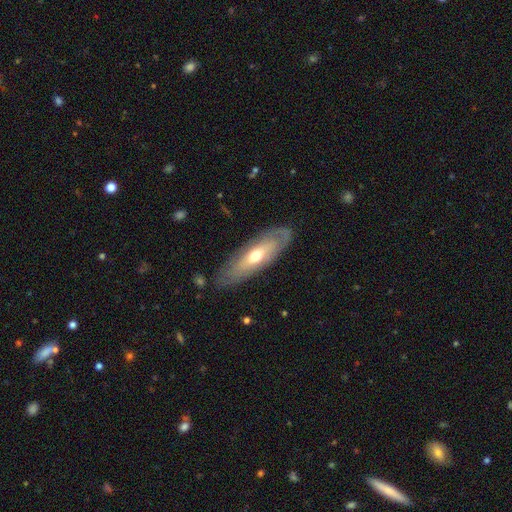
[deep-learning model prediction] Smooth or featured?
  - featured or disk: 54% *
  - smooth: 40%
  - star or artifact: 6%
Edge-on disk?
  - no: 67% *
  - yes: 33%
Merging?
  - none: 80% *
  - minor disturbance: 14%
  - major disturbance: 5%
  - merger: 1%